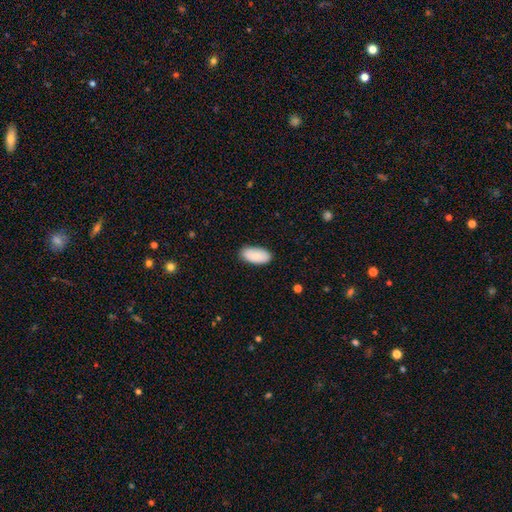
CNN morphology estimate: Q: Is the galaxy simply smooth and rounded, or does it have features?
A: smooth — 86%.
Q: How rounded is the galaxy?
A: in between — 94%.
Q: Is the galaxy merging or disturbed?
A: none — 86%.